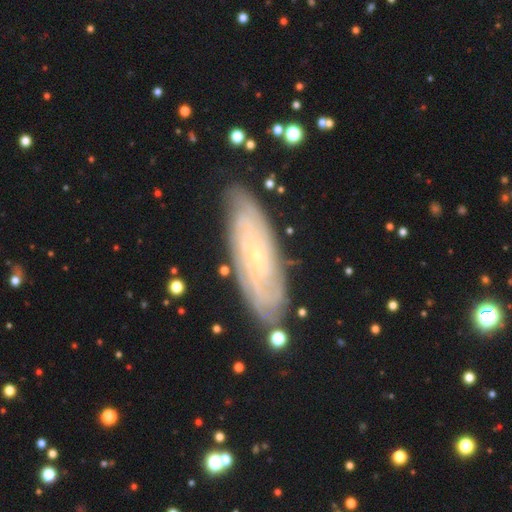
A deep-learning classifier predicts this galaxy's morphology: This is likely a featured or disk galaxy (75%). It is clearly not viewed edge-on (81%). Bar: likely no (77%). Spiral arm pattern: clearly yes (90%). Spiral arm count: possibly can't tell (58%). Spiral winding: likely tight (78%). Central bulge: clearly small (88%). Merging: clearly none (83%).